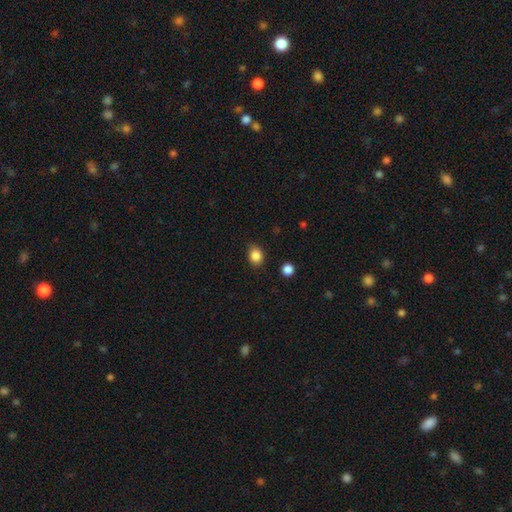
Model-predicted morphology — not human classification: Overall: smooth (85%). How rounded: round (53%; in between 46%). Merging: none (85%).